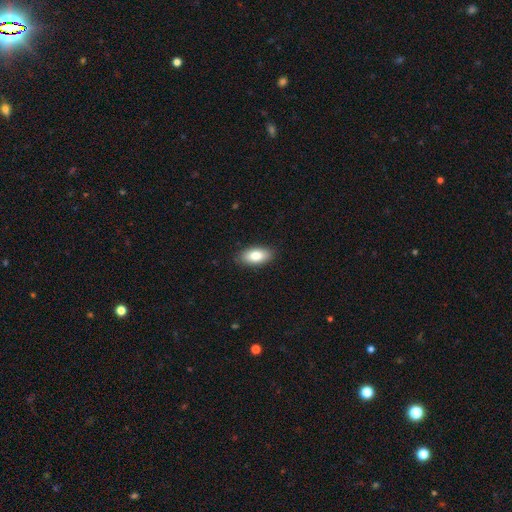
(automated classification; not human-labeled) Overall: smooth (84%). How rounded: in between (92%). Merging: none (88%).